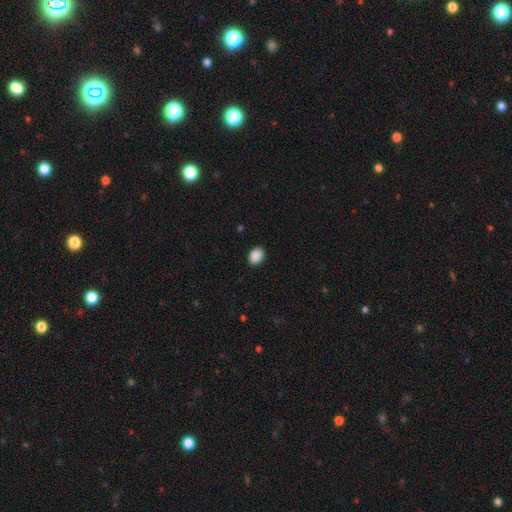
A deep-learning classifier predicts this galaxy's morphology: Smooth or featured?
  - smooth: 90% *
  - star or artifact: 8%
  - featured or disk: 3%
How rounded?
  - in between: 68% *
  - round: 31%
  - cigar-shaped: 1%
Merging?
  - none: 89% *
  - minor disturbance: 8%
  - major disturbance: 2%
  - merger: 1%